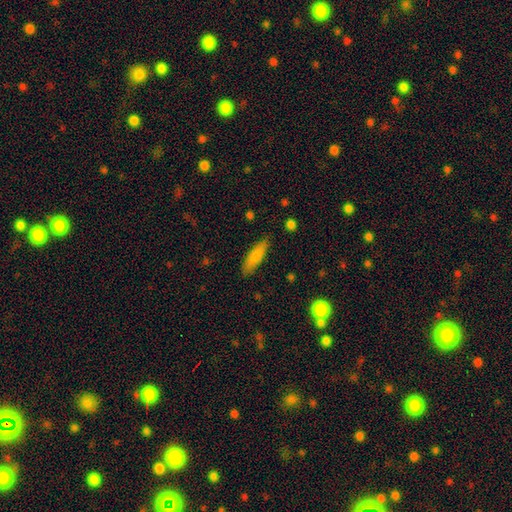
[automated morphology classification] Q: Smooth or featured?
A: smooth (82%); runner-up: featured or disk (12%)
Q: How rounded?
A: cigar-shaped (61%); runner-up: in between (38%)
Q: Merging?
A: none (86%); runner-up: minor disturbance (11%)